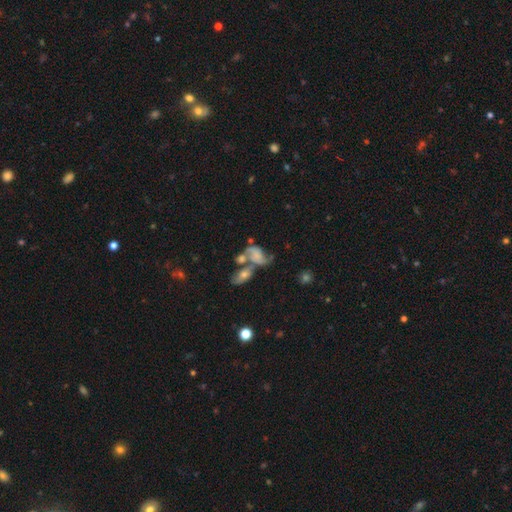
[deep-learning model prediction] Smooth or featured: featured or disk — 60% (smooth — 30%)
Edge-on disk: no — 96% (yes — 4%)
Bar: no — 72% (weak — 22%)
Spiral arms: yes — 80% (no — 20%)
Bulge size: none — 49% (small — 27%)
Merging: merger — 49% (none — 20%)